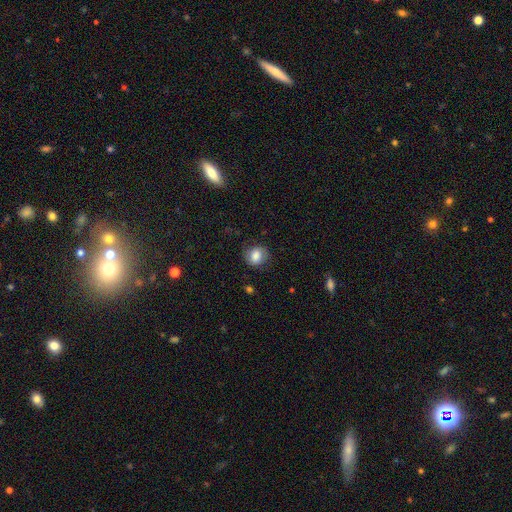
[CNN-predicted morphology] Smooth or featured? smooth (78%)
How rounded? round (69%)
Merging? none (74%)